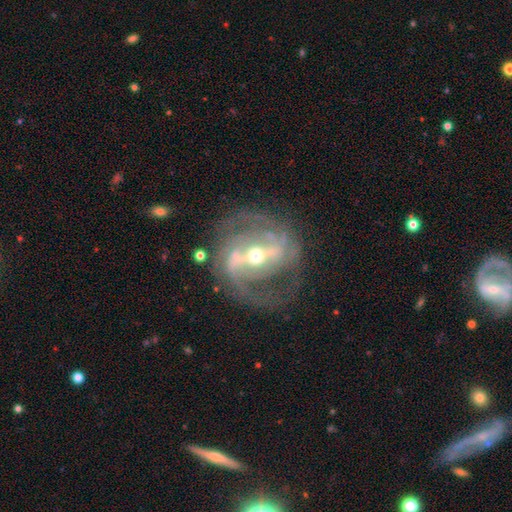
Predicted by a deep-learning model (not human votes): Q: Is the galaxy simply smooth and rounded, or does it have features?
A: featured or disk — 89%.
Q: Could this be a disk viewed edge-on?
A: no — 94%.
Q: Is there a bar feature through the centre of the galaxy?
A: strong — 68%.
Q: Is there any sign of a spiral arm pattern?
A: yes — 91%.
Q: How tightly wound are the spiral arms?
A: medium — 47%.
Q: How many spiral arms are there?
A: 2 — 69%.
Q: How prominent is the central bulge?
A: moderate — 61%.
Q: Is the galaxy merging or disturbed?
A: none — 69%.